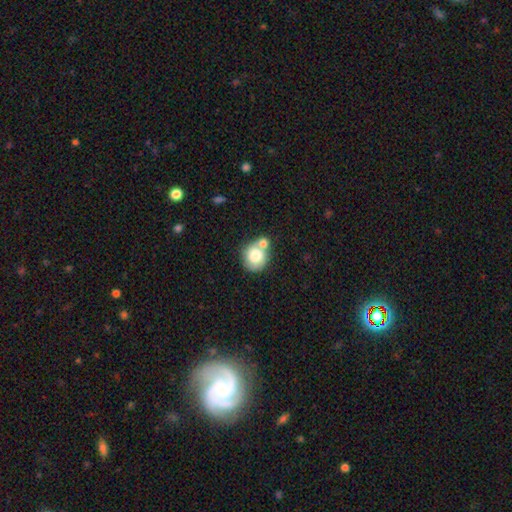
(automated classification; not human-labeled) Smooth or featured: smooth — 76% (featured or disk — 17%)
How rounded: round — 78% (in between — 21%)
Merging: merger — 49% (none — 35%)